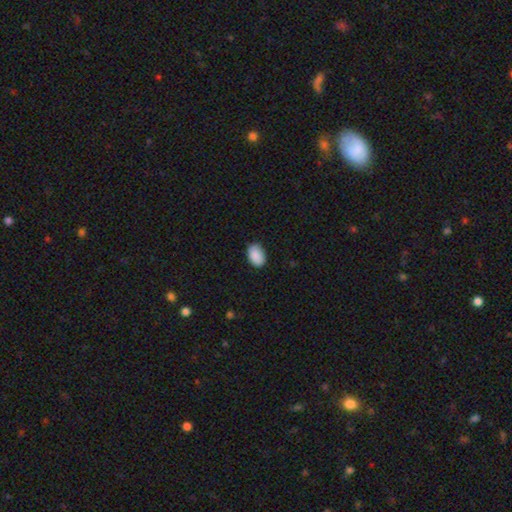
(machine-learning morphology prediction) The model was most divided on "merging": none: 86%, minor disturbance: 11%, major disturbance: 2%, merger: 1%. More confident: smooth or featured — smooth (89%); how rounded — in between (89%).